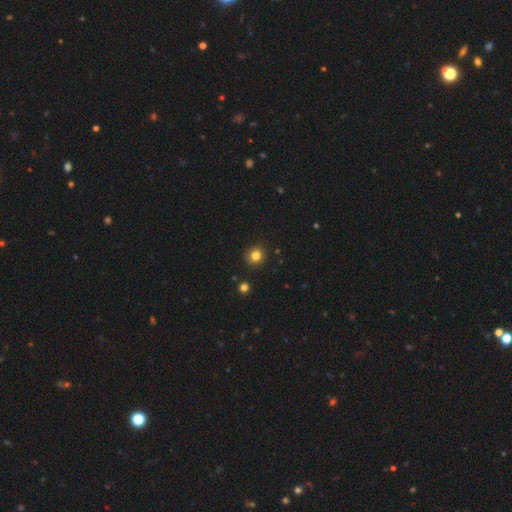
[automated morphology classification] A smooth galaxy with no disk features (82%) that is round (90%). Merging: none (91%).